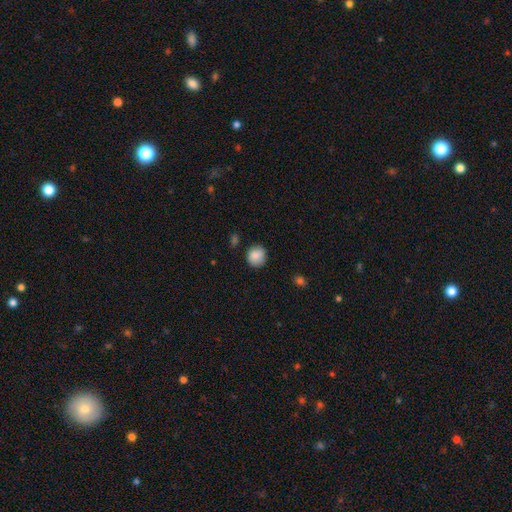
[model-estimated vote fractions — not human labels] Overall: smooth (87%). How rounded: round (86%). Merging: none (80%).